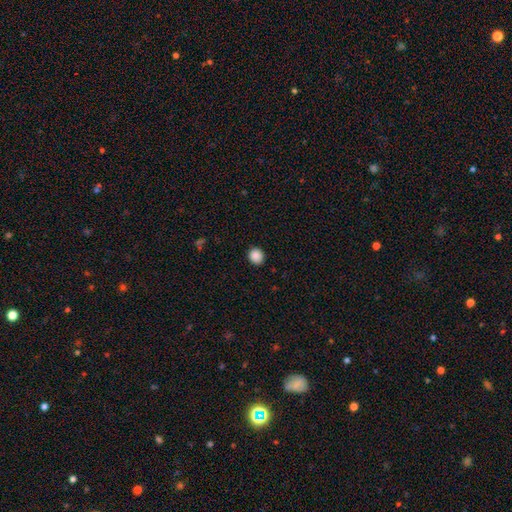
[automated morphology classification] This appears to be a smooth galaxy with no disk features (88%) that is round (78%). Merging: none (91%).